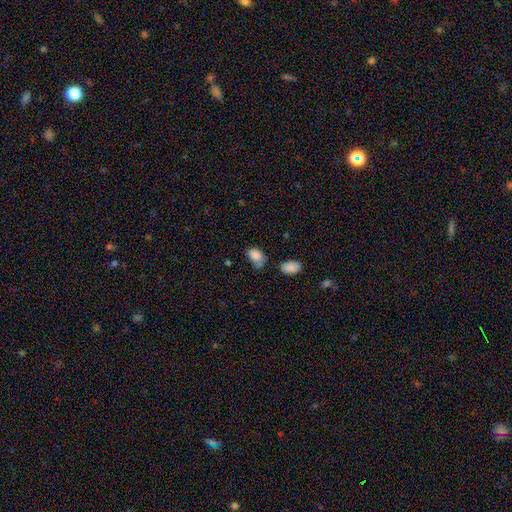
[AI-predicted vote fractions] smooth-or-featured: smooth: 83% | star or artifact: 10% | featured or disk: 7%
  how-rounded: in between: 83% | round: 16% | cigar-shaped: 1%
  merging: none: 39% | minor disturbance: 34% | major disturbance: 16% | merger: 11%